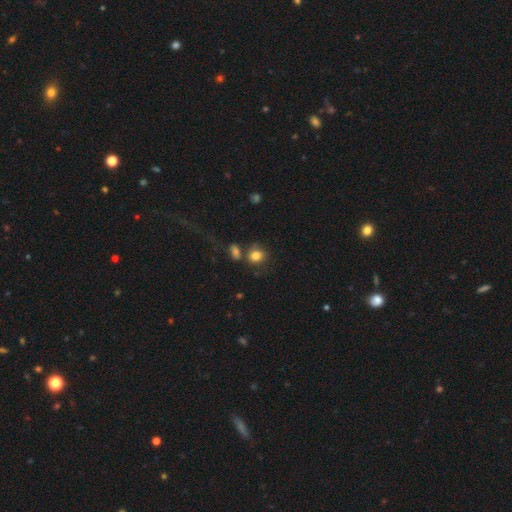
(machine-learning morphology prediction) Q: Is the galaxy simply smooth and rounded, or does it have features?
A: smooth — 81%.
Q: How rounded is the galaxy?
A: round — 68%.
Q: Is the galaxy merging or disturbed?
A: none — 55%.